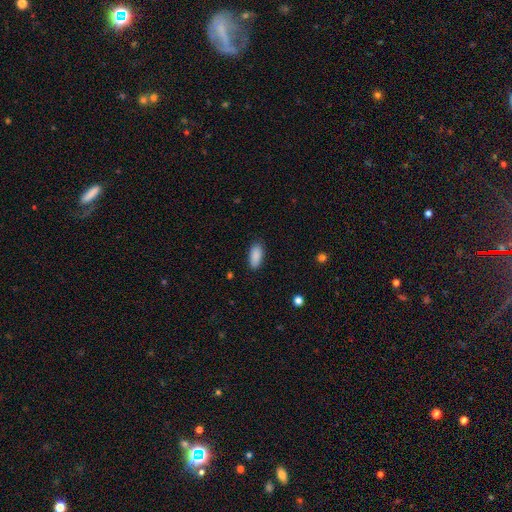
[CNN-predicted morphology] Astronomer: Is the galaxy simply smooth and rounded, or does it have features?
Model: smooth — 90%.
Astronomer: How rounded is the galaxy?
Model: in between — 88%.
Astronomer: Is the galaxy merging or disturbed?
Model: none — 86%.